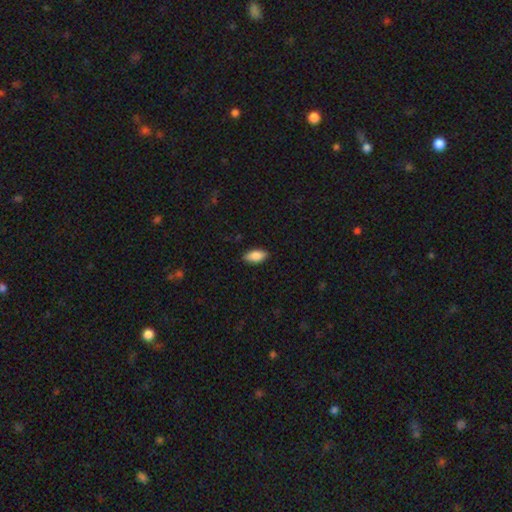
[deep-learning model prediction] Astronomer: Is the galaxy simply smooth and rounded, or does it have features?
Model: smooth — 87%.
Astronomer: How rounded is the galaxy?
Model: in between — 90%.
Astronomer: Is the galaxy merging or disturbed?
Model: none — 87%.